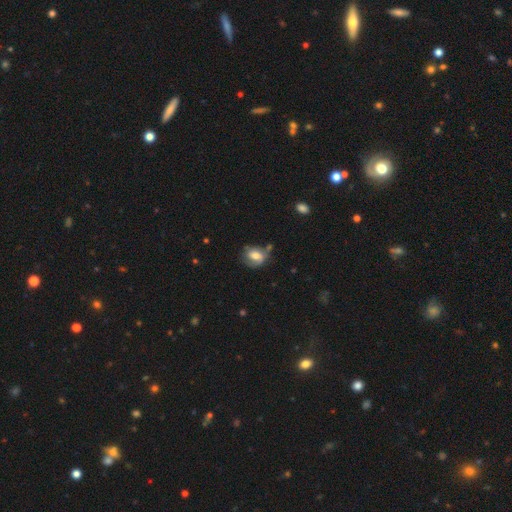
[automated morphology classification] Overall: smooth (55%; featured or disk 37%). How rounded: in between (56%; round 42%). Merging: none (49%; minor disturbance 29%).